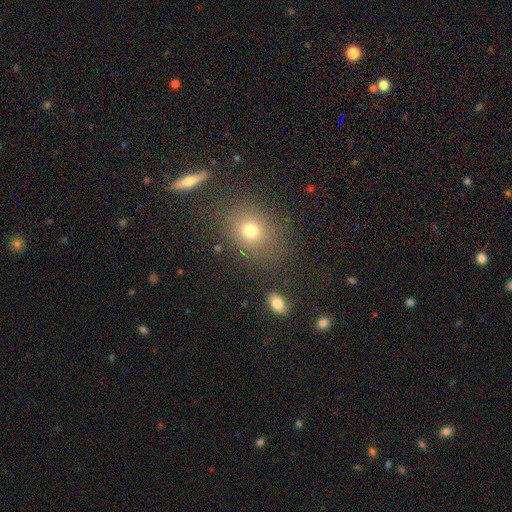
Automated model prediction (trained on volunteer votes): Morphology: type=smooth (62%); roundness=round (55%); merging=none (82%).